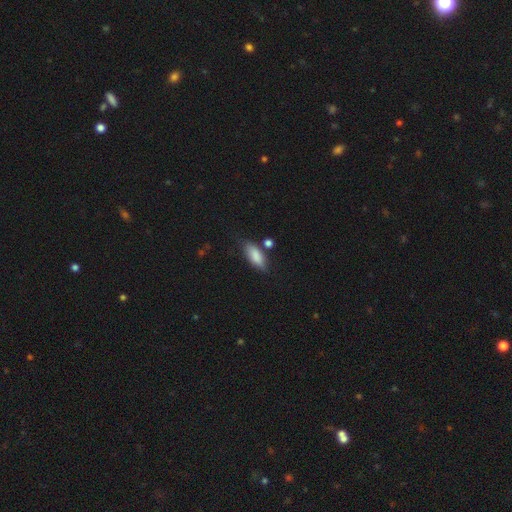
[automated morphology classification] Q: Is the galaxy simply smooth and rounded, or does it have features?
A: smooth — 85%.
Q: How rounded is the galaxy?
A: in between — 78%.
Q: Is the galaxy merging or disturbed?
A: none — 69%.